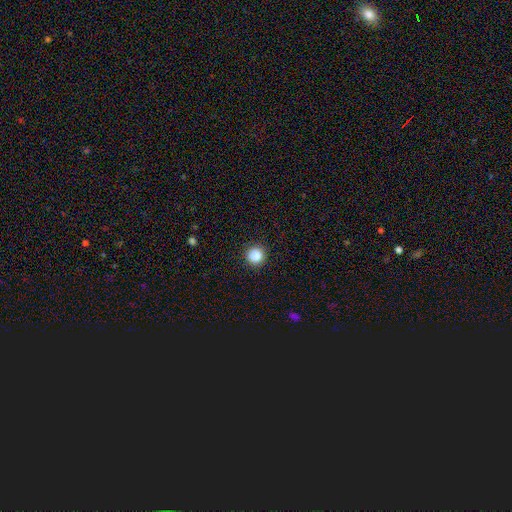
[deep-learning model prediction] Smooth or featured?
  - smooth: 87% *
  - star or artifact: 10%
  - featured or disk: 3%
How rounded?
  - round: 94% *
  - in between: 5%
  - cigar-shaped: 1%
Merging?
  - none: 91% *
  - minor disturbance: 6%
  - major disturbance: 2%
  - merger: 1%